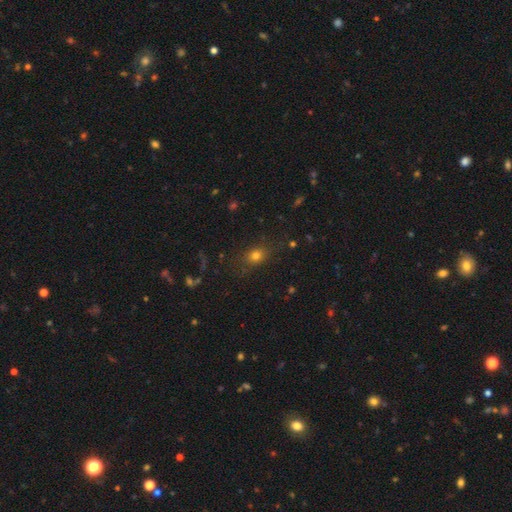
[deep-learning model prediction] Overall: smooth (73%). How rounded: round (53%; in between 44%). Merging: none (81%).